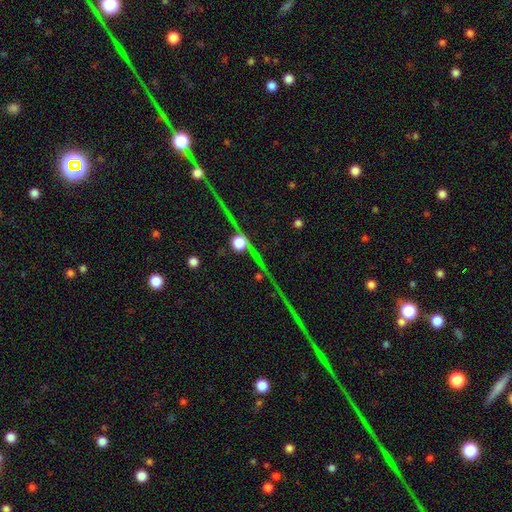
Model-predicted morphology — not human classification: Smooth or featured? star or artifact (63%)